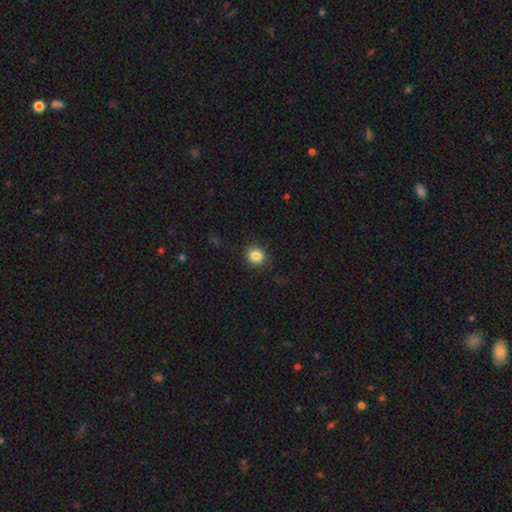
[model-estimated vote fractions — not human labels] This is clearly a smooth galaxy (85%). How rounded: clearly round (85%). Merging: clearly none (90%).